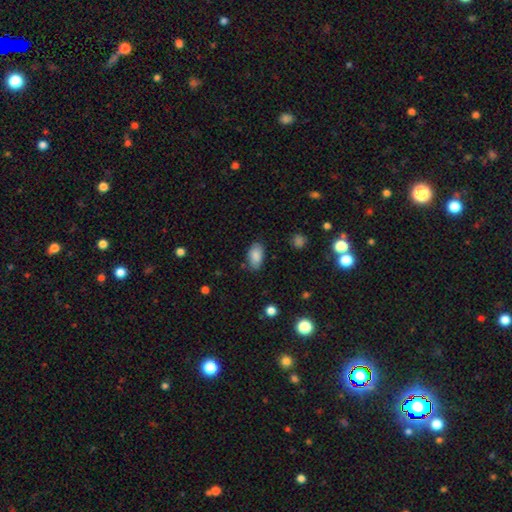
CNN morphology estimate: A smooth galaxy with no disk features (86%) that is in between round and cigar-shaped (94%). Merging: none (81%).